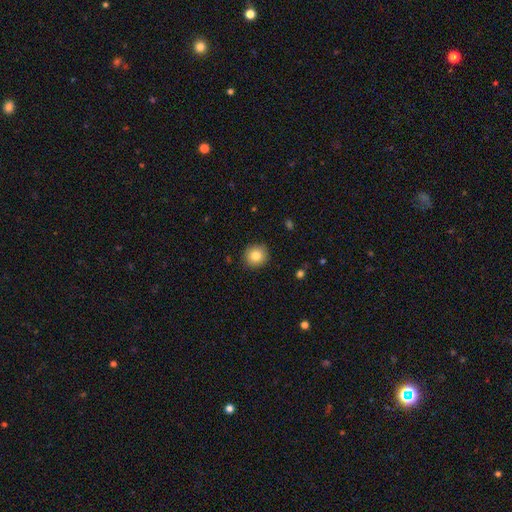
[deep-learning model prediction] The model was most divided on "smooth or featured": smooth: 84%, star or artifact: 9%, featured or disk: 7%. More confident: how rounded — round (92%); merging — none (90%).